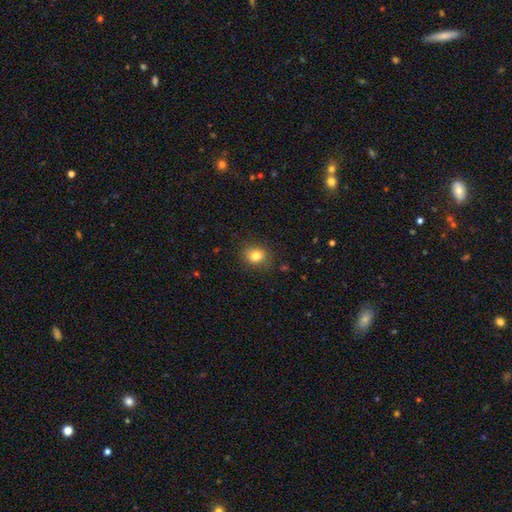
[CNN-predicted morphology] This appears to be a smooth galaxy with no disk features (82%) that is round (63%). Merging: none (86%).